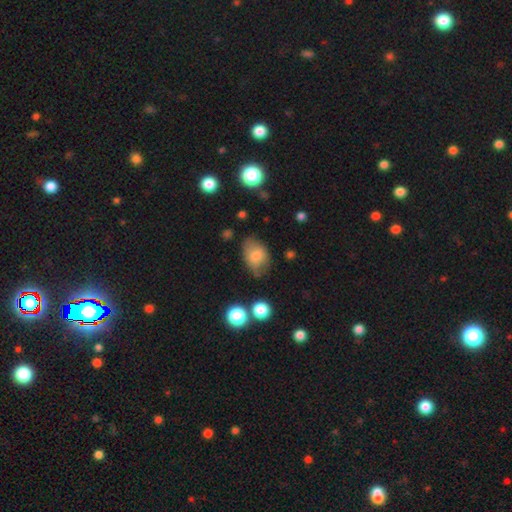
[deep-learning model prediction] This is likely a smooth galaxy (72%). How rounded: likely in between (79%). Merging: likely none (61%).